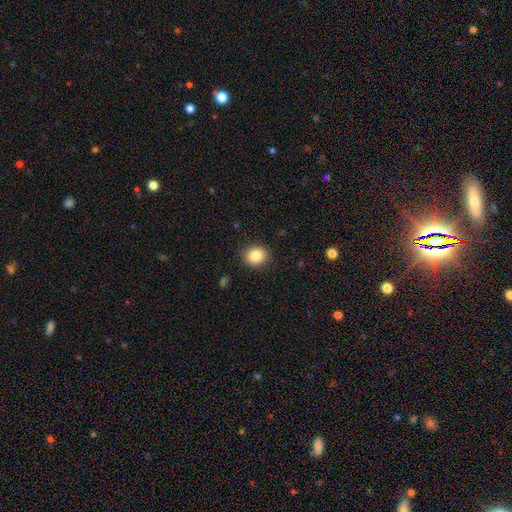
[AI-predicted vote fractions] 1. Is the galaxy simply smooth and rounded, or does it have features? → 84% smooth, 10% star or artifact, 6% featured or disk.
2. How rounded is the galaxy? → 69% round, 30% in between, 1% cigar-shaped.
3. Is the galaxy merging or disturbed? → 89% none, 7% minor disturbance, 2% major disturbance, 1% merger.